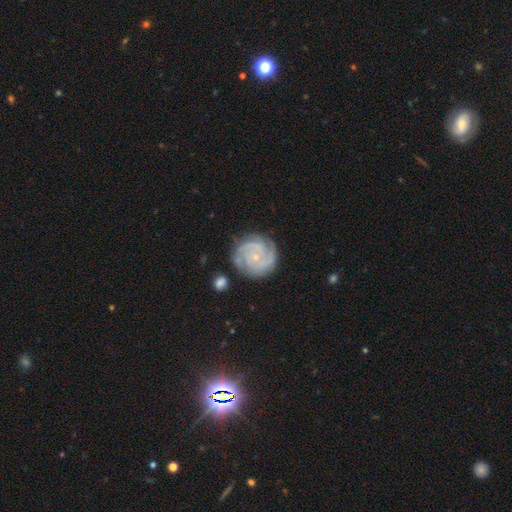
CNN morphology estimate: A featured or disk galaxy (85%) with no bar (75%), 3 (35%) tight (70%) spiral arms (97%) and a small central bulge (82%). Merging: none (79%).